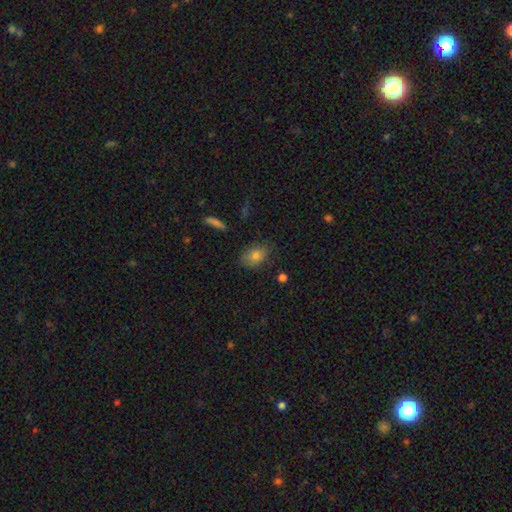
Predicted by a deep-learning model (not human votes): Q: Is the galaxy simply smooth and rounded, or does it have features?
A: smooth — 80%.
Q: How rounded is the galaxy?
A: in between — 78%.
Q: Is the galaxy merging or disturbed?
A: none — 76%.